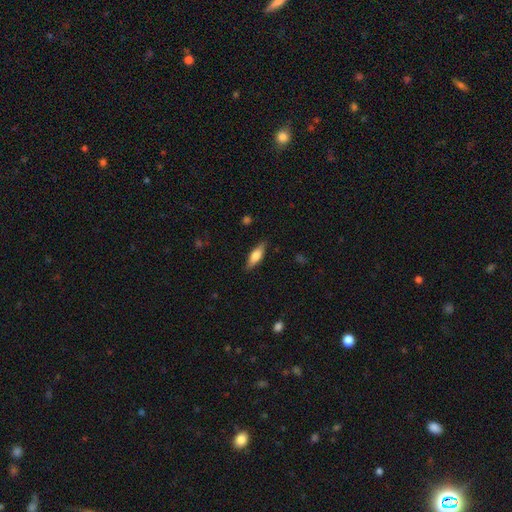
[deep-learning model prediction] Smooth or featured: smooth — 67% (featured or disk — 27%)
How rounded: in between — 52% (cigar-shaped — 45%)
Merging: none — 86% (minor disturbance — 11%)